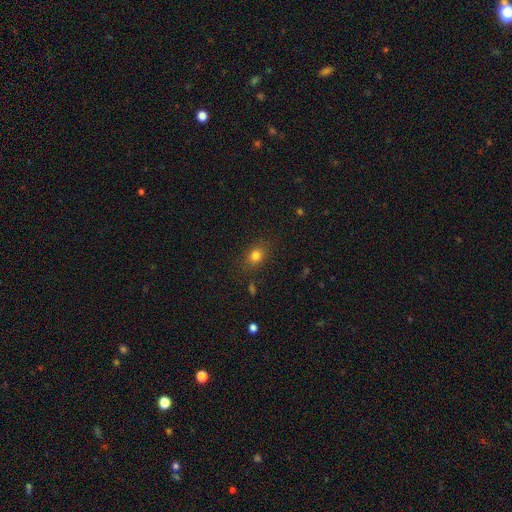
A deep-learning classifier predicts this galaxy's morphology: Q: Smooth or featured?
A: smooth (79%); runner-up: star or artifact (13%)
Q: How rounded?
A: in between (56%); runner-up: round (42%)
Q: Merging?
A: none (82%); runner-up: minor disturbance (12%)